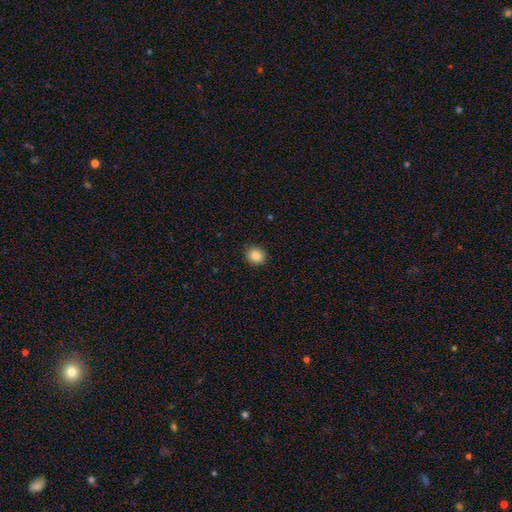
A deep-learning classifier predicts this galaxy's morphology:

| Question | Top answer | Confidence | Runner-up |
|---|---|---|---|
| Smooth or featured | smooth | 87% | star or artifact (10%) |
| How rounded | round | 80% | in between (20%) |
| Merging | none | 89% | minor disturbance (8%) |